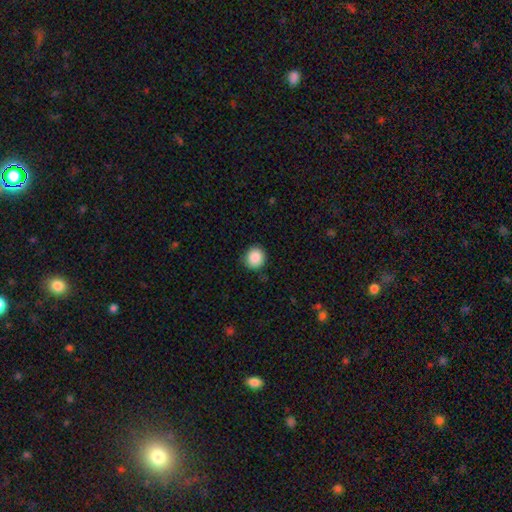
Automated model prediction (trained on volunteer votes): Smooth or featured? Predicted: smooth (p=0.89). How rounded? Predicted: round (p=0.88). Merging? Predicted: none (p=0.87).